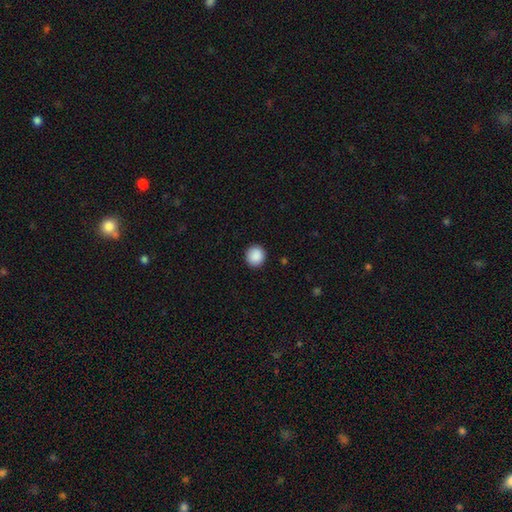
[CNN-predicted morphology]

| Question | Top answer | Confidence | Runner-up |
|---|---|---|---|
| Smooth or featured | smooth | 89% | star or artifact (8%) |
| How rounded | round | 92% | in between (7%) |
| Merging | none | 92% | minor disturbance (5%) |